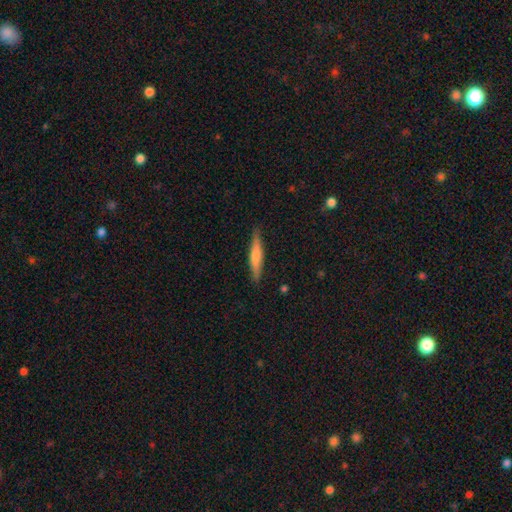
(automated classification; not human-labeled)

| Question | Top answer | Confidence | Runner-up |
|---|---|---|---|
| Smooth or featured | smooth | 56% | featured or disk (38%) |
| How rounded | cigar-shaped | 91% | in between (7%) |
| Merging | none | 88% | minor disturbance (9%) |